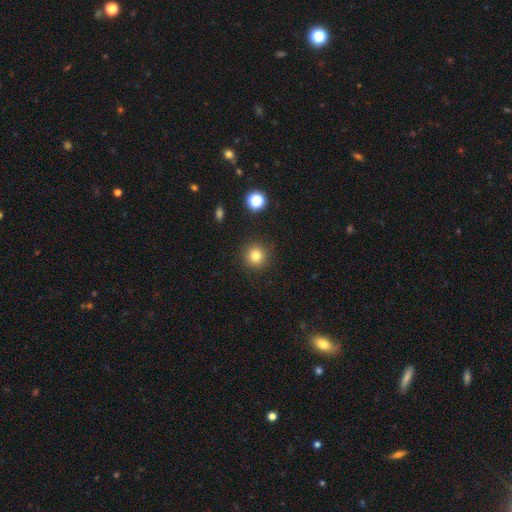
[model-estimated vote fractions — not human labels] smooth_or_featured: smooth (p=0.81) [alt: star or artifact p=0.13]
how_rounded: round (p=0.94) [alt: in between p=0.05]
merging: none (p=0.90) [alt: minor disturbance p=0.06]